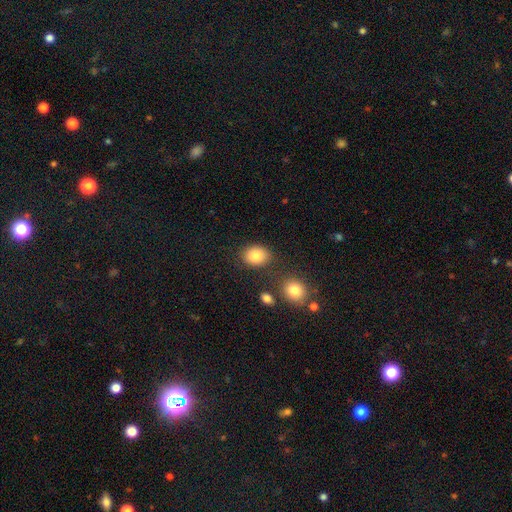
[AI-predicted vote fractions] This is clearly a smooth galaxy (85%). How rounded: possibly in between (58%). Merging: likely none (78%).